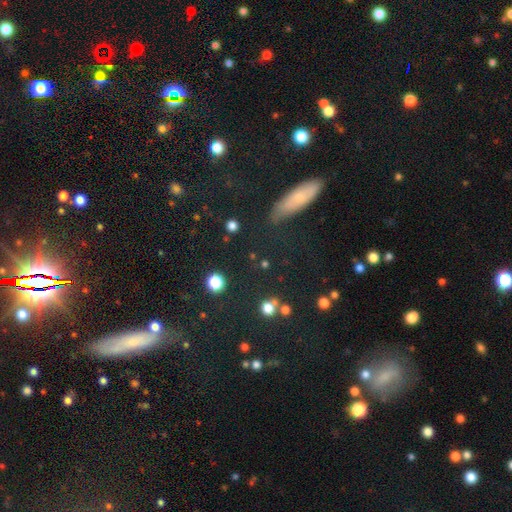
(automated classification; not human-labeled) Smooth or featured: star or artifact — 45% (smooth — 36%)